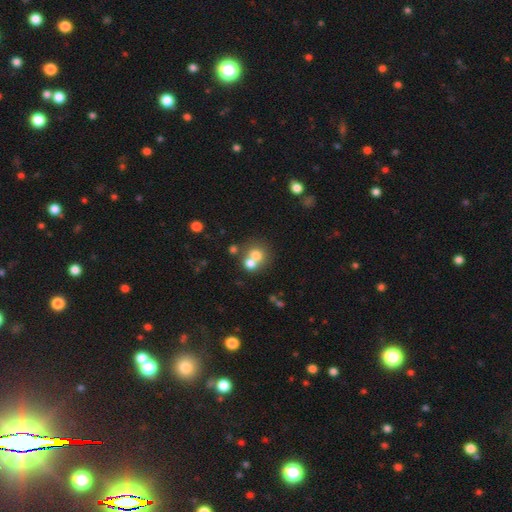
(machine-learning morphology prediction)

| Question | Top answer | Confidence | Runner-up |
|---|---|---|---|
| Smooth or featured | smooth | 68% | featured or disk (19%) |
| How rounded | round | 80% | in between (19%) |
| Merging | merger | 53% | none (37%) |